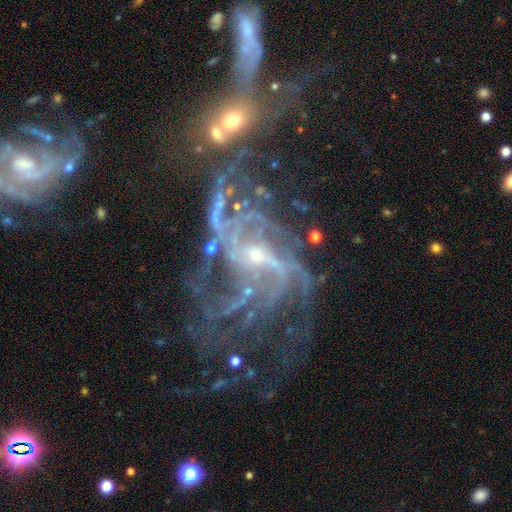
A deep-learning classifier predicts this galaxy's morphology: Smooth or featured? featured or disk (87%)
Edge-on disk? no (97%)
Bar? weak (39%)
Spiral arms? yes (94%)
Spiral winding? medium (41%)
Spiral arm count? can't tell (21%)
Bulge size? small (70%)
Merging? none (37%)